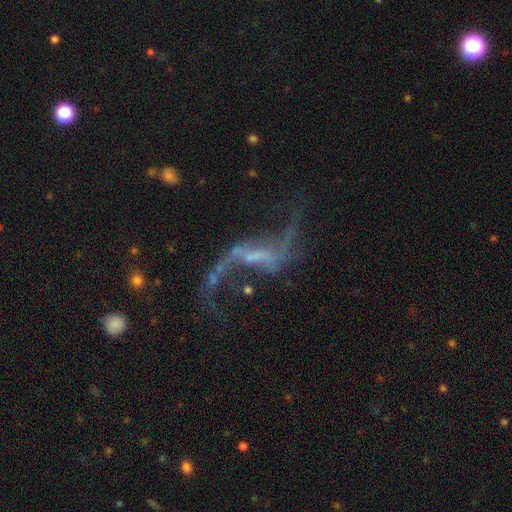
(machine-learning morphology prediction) A featured or disk galaxy (86%) with a weak bar (41%), 2 (91%) loose (92%) spiral arms (92%) and no central bulge (45%). Merging: none (54%).